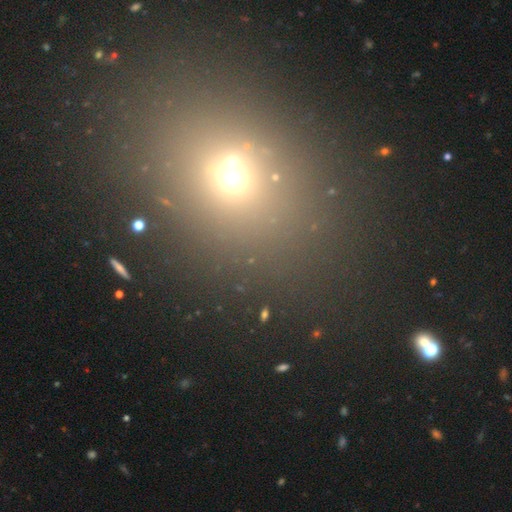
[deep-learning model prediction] smooth_or_featured: smooth (p=0.46) [alt: star or artifact p=0.42]
merging: none (p=0.75) [alt: merger p=0.10]